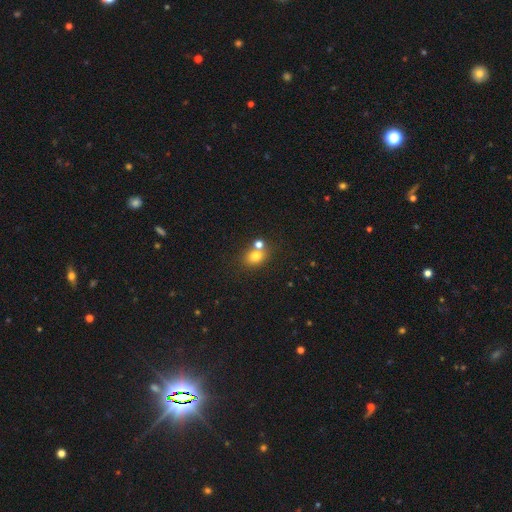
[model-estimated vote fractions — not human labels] Smooth or featured? smooth (76%)
How rounded? round (53%)
Merging? none (55%)